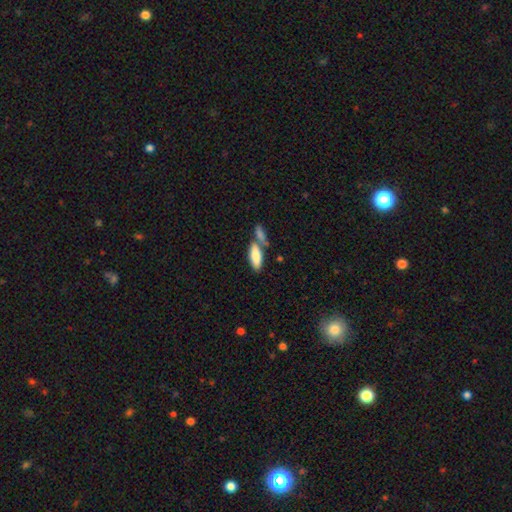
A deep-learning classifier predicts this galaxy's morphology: This appears to be a smooth galaxy with no disk features (80%) that is in between round and cigar-shaped (74%). Merging: none (44%).